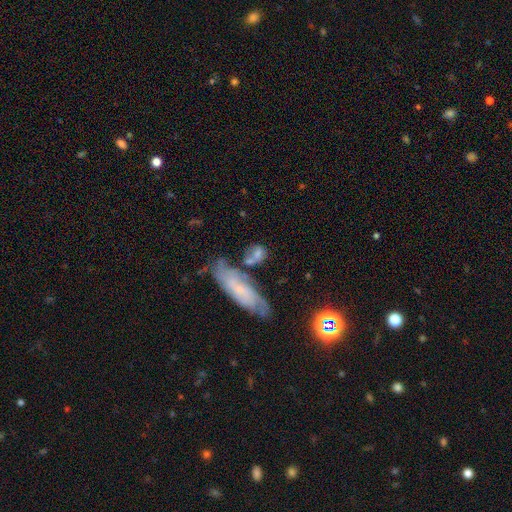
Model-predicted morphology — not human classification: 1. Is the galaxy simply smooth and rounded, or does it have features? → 58% smooth, 32% featured or disk, 10% star or artifact.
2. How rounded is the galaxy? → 60% in between, 27% round, 13% cigar-shaped.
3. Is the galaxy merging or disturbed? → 39% none, 28% merger, 19% minor disturbance, 13% major disturbance.